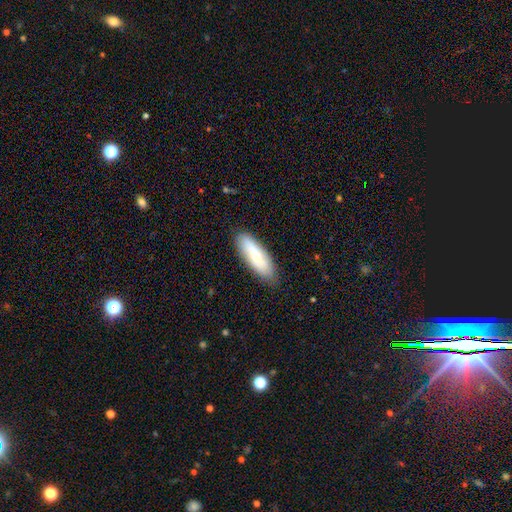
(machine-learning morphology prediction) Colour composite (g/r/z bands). It shows a smooth galaxy with no disk features (72%) that is in between round and cigar-shaped (54%). Merging: none (83%).